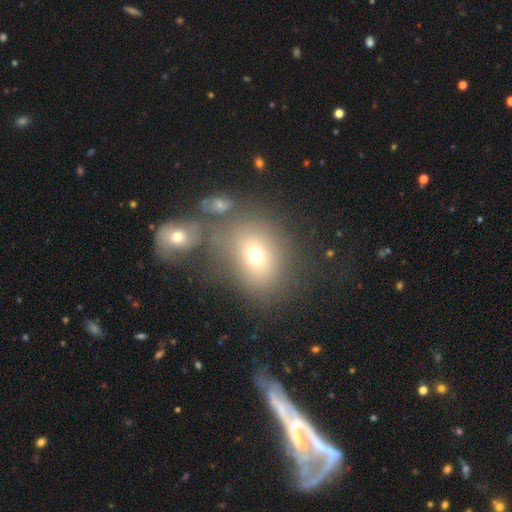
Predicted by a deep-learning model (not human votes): smooth_or_featured: smooth (p=0.67) [alt: featured or disk p=0.18]
how_rounded: round (p=0.50) [alt: in between p=0.48]
merging: none (p=0.55) [alt: merger p=0.23]